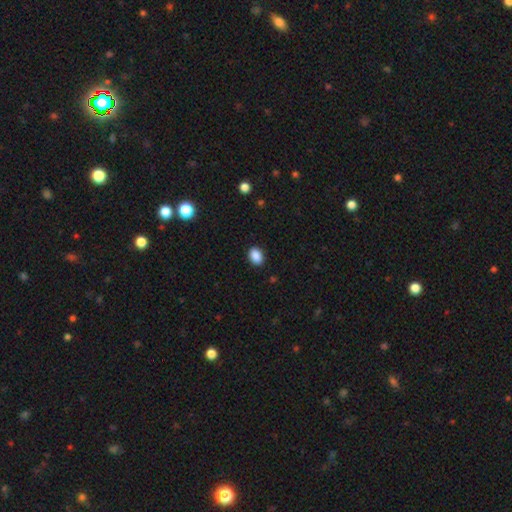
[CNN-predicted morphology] smooth_or_featured: smooth (p=0.89) [alt: star or artifact p=0.08]
how_rounded: in between (p=0.75) [alt: round p=0.24]
merging: none (p=0.89) [alt: minor disturbance p=0.08]